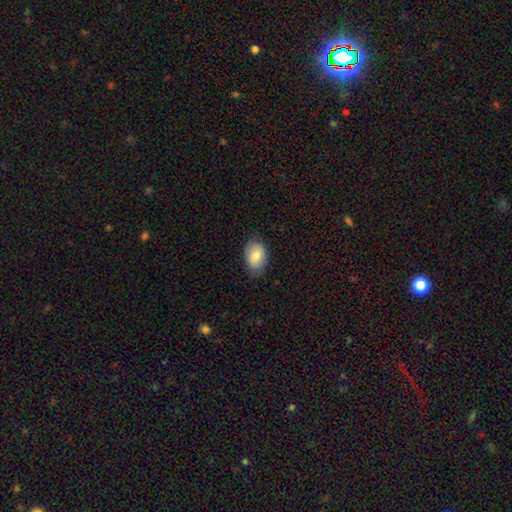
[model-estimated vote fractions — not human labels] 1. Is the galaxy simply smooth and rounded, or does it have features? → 83% smooth, 11% featured or disk, 7% star or artifact.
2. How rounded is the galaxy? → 86% in between, 13% round, 1% cigar-shaped.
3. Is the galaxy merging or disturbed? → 81% none, 15% minor disturbance, 3% major disturbance, 1% merger.